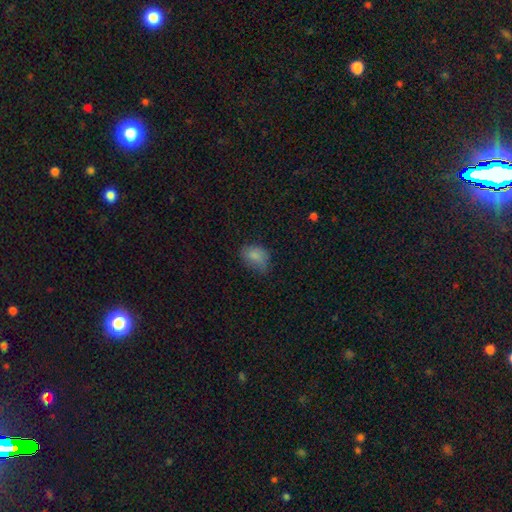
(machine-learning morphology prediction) smooth_or_featured: smooth (p=0.82) [alt: star or artifact p=0.10]
how_rounded: in between (p=0.76) [alt: round p=0.22]
merging: none (p=0.56) [alt: minor disturbance p=0.32]